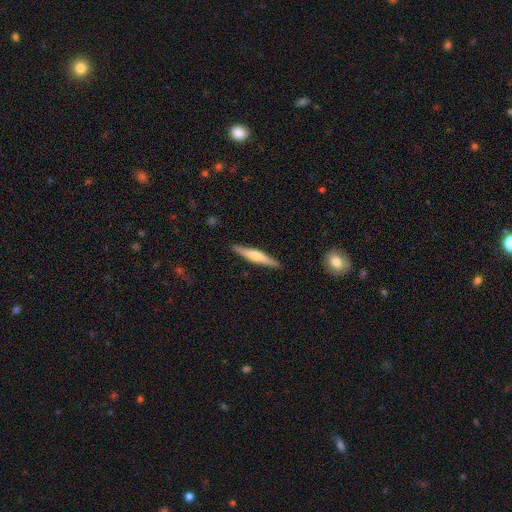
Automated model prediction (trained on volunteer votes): Q: Smooth or featured?
A: featured or disk (51%); runner-up: smooth (44%)
Q: Edge-on disk?
A: yes (97%); runner-up: no (3%)
Q: Merging?
A: none (90%); runner-up: minor disturbance (7%)